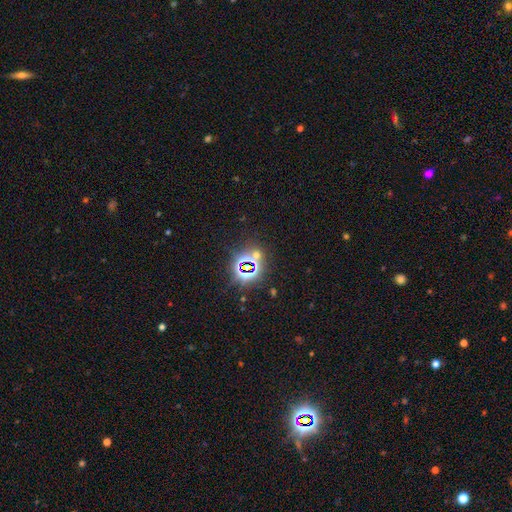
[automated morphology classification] A star or artifact, not a galaxy (73%).